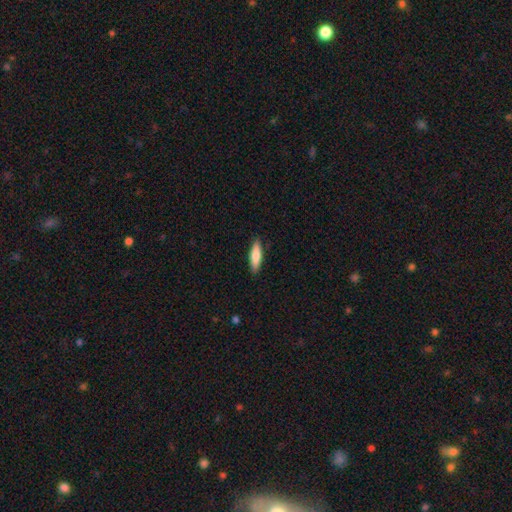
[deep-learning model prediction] Q: Smooth or featured?
A: smooth (78%); runner-up: featured or disk (16%)
Q: How rounded?
A: cigar-shaped (60%); runner-up: in between (38%)
Q: Merging?
A: none (88%); runner-up: minor disturbance (9%)